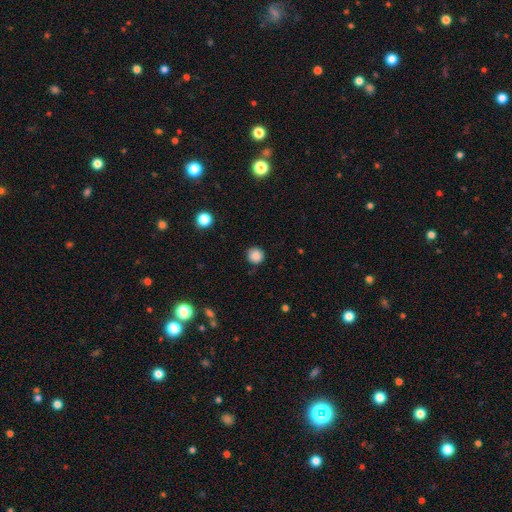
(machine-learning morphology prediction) type=smooth (86%); roundness=round (93%); merging=none (87%).